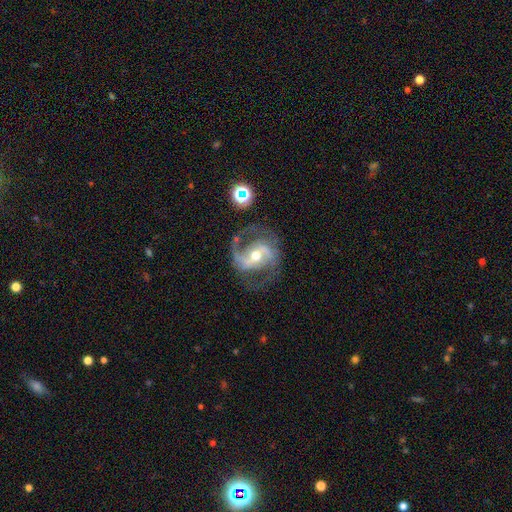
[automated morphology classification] A featured or disk galaxy (89%) with a strong bar (39%), 2 (88%) medium (56%) spiral arms (96%) and a moderate central bulge (68%).

Vote fractions:
- Smooth or featured? featured or disk: 89% / star or artifact: 6% / smooth: 5%
- Edge-on disk? no: 97% / yes: 3%
- Bar? strong: 39% / weak: 38% / no: 22%
- Spiral arms? yes: 96% / no: 4%
- Spiral winding? medium: 56% / loose: 29% / tight: 15%
- Spiral arm count? 2: 88% / 1: 4% / can't tell: 3% / 3: 2% / 4: 1% / more than 4: 1%
- Bulge size? moderate: 68% / small: 26% / large: 4% / none: 1% / dominant: 1%
- Merging? none: 69% / minor disturbance: 16% / major disturbance: 13% / merger: 2%